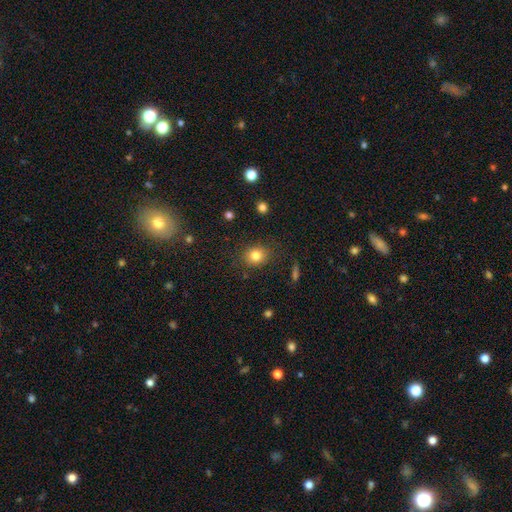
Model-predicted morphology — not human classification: type=smooth (82%); roundness=round (70%); merging=none (84%).